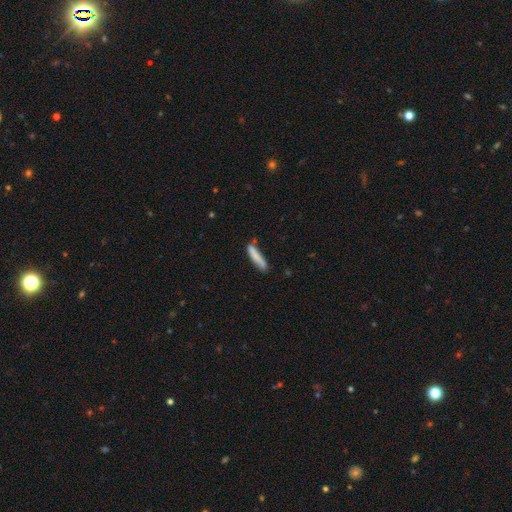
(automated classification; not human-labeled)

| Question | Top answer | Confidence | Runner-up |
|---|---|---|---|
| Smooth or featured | smooth | 81% | featured or disk (13%) |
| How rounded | cigar-shaped | 88% | in between (11%) |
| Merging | none | 69% | minor disturbance (21%) |